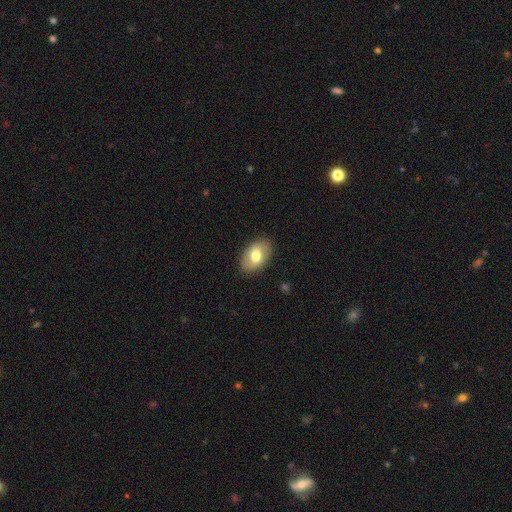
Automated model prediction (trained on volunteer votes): Morphology: type=smooth (70%); roundness=in between (89%); merging=none (86%).